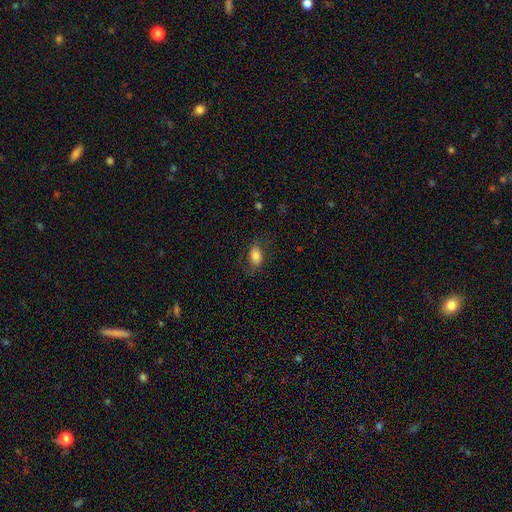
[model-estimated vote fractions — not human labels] Smooth or featured? Predicted: smooth (p=0.76). How rounded? Predicted: in between (p=0.87). Merging? Predicted: none (p=0.69).